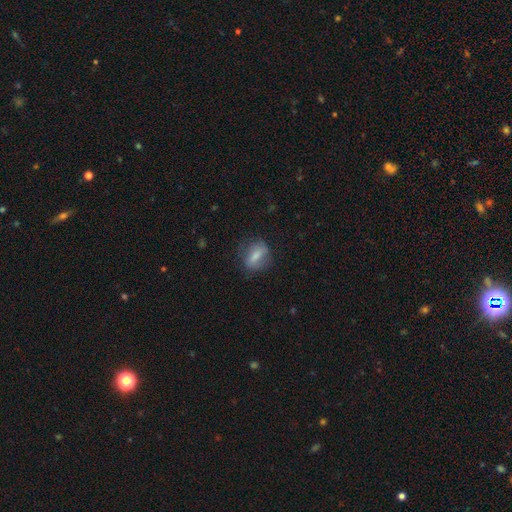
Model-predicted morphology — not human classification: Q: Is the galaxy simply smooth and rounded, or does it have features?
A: smooth — 62%.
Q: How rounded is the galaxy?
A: in between — 62%.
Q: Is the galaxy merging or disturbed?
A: none — 67%.